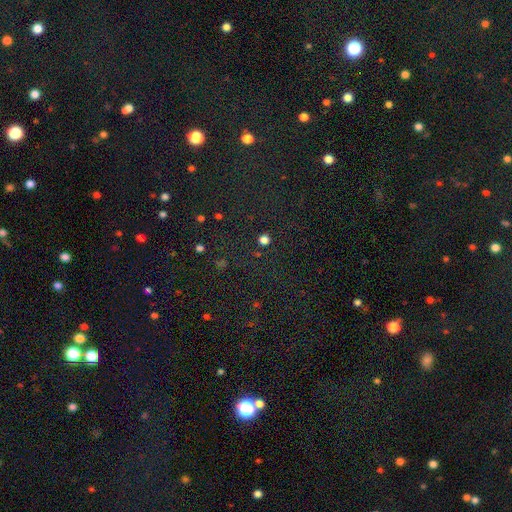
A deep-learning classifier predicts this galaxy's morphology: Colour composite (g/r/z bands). It shows a star or artifact, not a galaxy (75%).